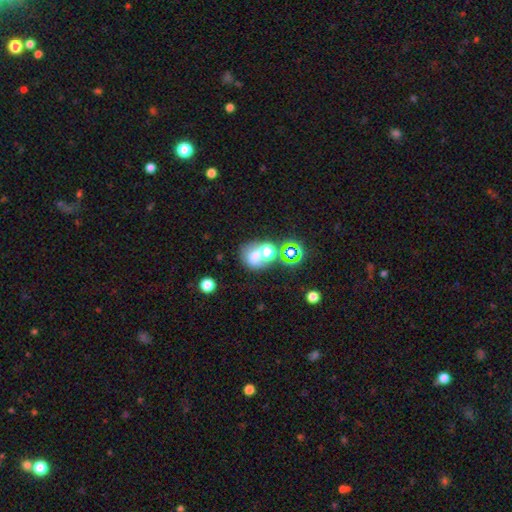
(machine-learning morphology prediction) type=smooth (56%); roundness=round (69%); merging=merger (48%).